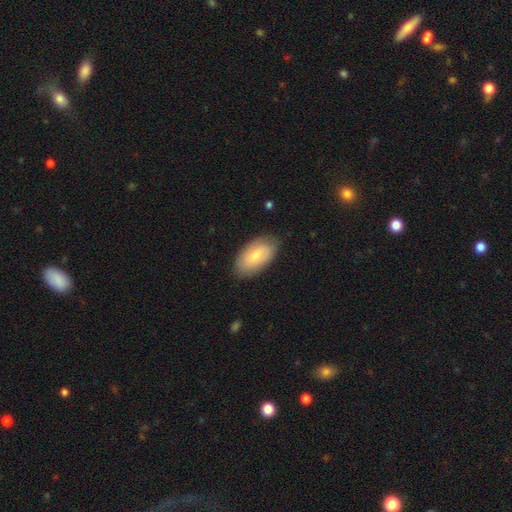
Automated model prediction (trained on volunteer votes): Smooth or featured? Predicted: smooth (p=0.70). How rounded? Predicted: in between (p=0.94). Merging? Predicted: none (p=0.80).